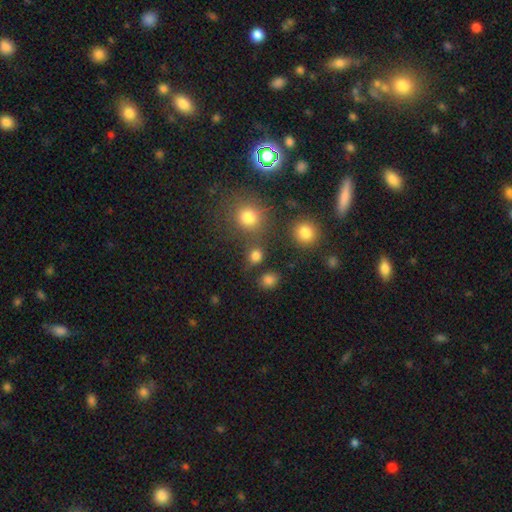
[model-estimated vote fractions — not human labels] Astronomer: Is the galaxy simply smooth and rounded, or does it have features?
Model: smooth — 80%.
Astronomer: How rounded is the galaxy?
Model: round — 78%.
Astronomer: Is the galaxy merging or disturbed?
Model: none — 74%.